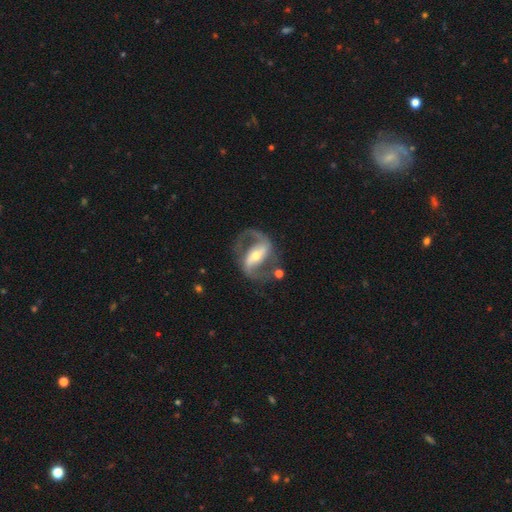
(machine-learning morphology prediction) Smooth or featured? featured or disk (90%)
Edge-on disk? no (96%)
Bar? strong (63%)
Spiral arms? yes (95%)
Spiral winding? medium (51%)
Spiral arm count? 2 (92%)
Bulge size? moderate (51%)
Merging? none (74%)